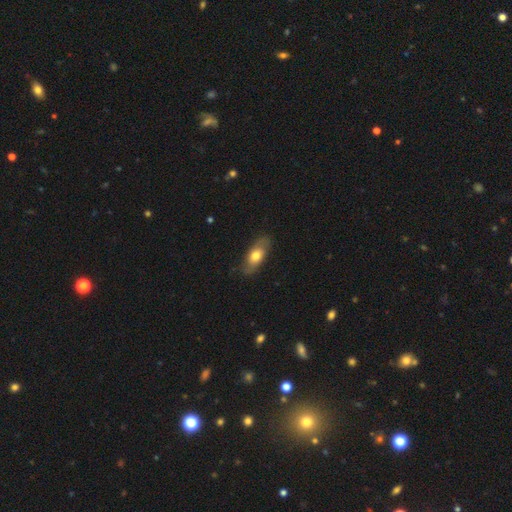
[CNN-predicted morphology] The model was most divided on "smooth or featured": smooth: 59%, featured or disk: 36%, star or artifact: 6%. More confident: how rounded — in between (81%); merging — none (79%).